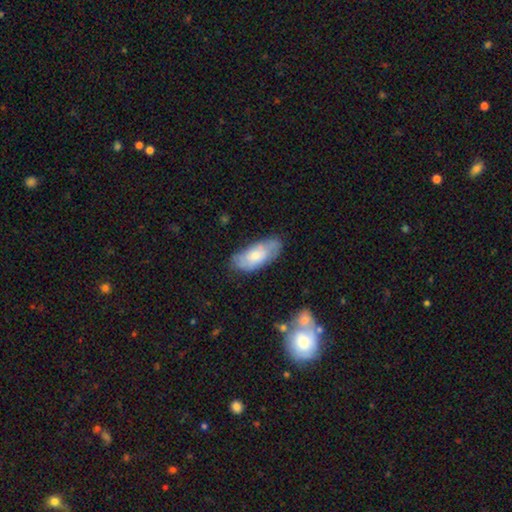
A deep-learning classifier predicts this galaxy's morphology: This appears to be a smooth galaxy with no disk features (62%) that is in between round and cigar-shaped (88%). Merging: none (68%).